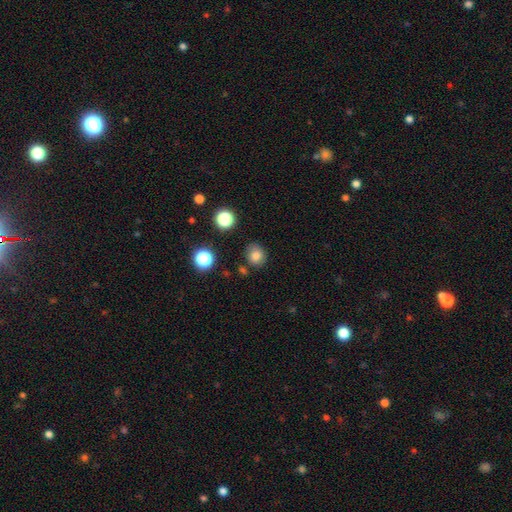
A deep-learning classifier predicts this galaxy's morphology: The model was most divided on "how rounded": round: 72%, in between: 27%, cigar-shaped: 1%. More confident: smooth or featured — smooth (80%); merging — none (76%).